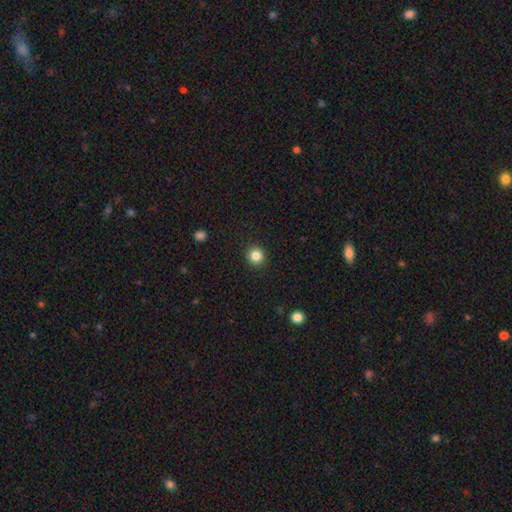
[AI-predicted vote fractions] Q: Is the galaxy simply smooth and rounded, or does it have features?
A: smooth — 84%.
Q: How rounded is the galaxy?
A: round — 92%.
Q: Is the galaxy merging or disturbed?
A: none — 92%.